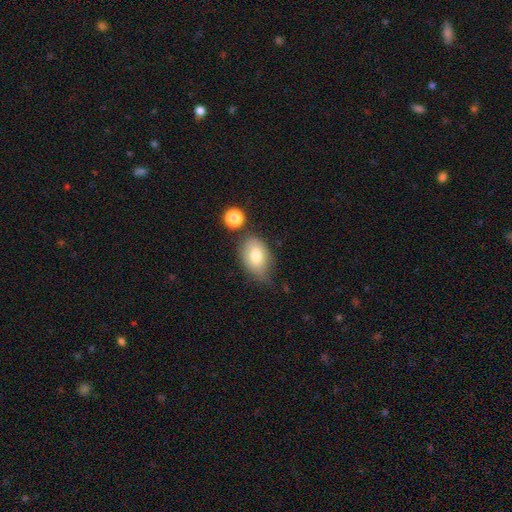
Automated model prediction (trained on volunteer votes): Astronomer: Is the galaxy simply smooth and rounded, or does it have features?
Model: smooth — 77%.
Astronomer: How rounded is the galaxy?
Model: in between — 83%.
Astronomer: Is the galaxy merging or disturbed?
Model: none — 54% (runner-up: minor disturbance, 29%).